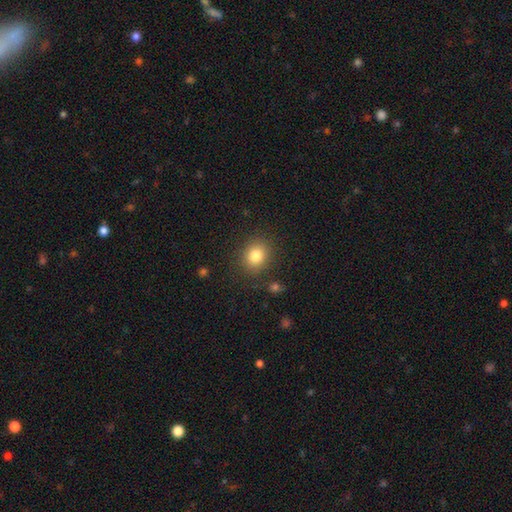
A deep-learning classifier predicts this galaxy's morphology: A smooth galaxy with no disk features (82%) that is round (71%).

Vote fractions:
- Smooth or featured? smooth: 82% / star or artifact: 11% / featured or disk: 7%
- How rounded? round: 71% / in between: 29% / cigar-shaped: 1%
- Merging? none: 86% / minor disturbance: 9% / major disturbance: 3% / merger: 2%